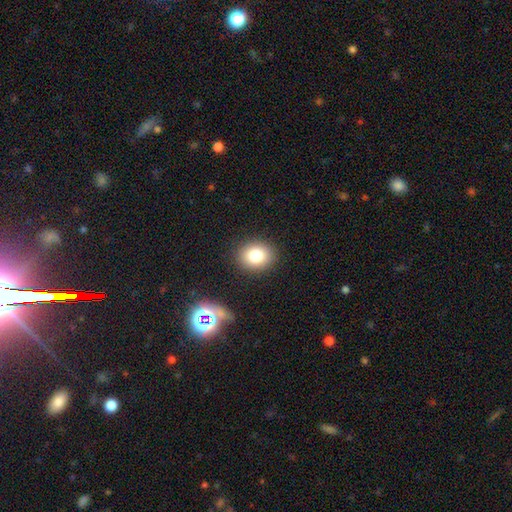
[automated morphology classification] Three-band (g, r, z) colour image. It shows a smooth galaxy with no disk features (80%) that is round (56%). Merging: none (88%).